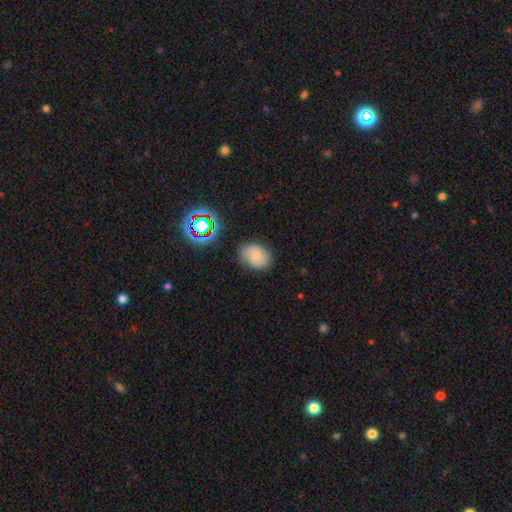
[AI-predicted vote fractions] A smooth galaxy with no disk features (63%) that is in between round and cigar-shaped (53%). Merging: none (75%).